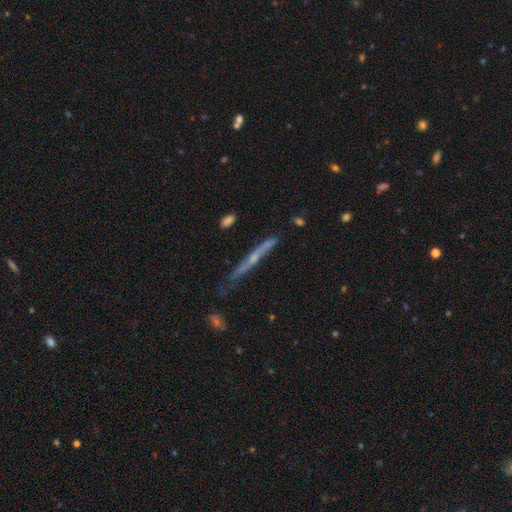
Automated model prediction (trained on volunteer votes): This appears to be a featured or disk galaxy (64%) viewed edge-on (93%) with a rounded central bulge (54%). Merging: none (69%).